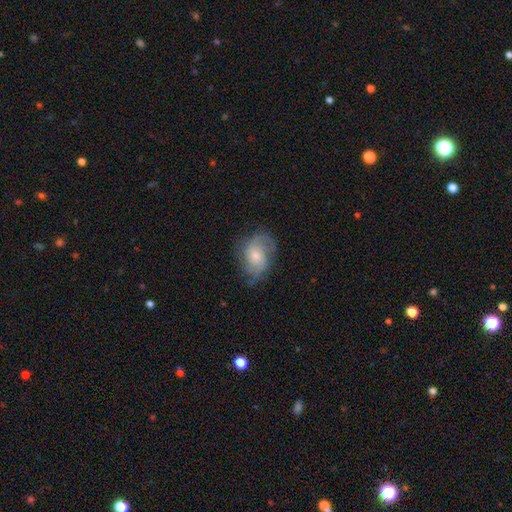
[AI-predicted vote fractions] Smooth or featured? featured or disk (70%)
Edge-on disk? no (97%)
Bar? no (68%)
Spiral arms? yes (91%)
Spiral winding? medium (46%)
Spiral arm count? 2 (55%)
Bulge size? moderate (46%)
Merging? none (65%)